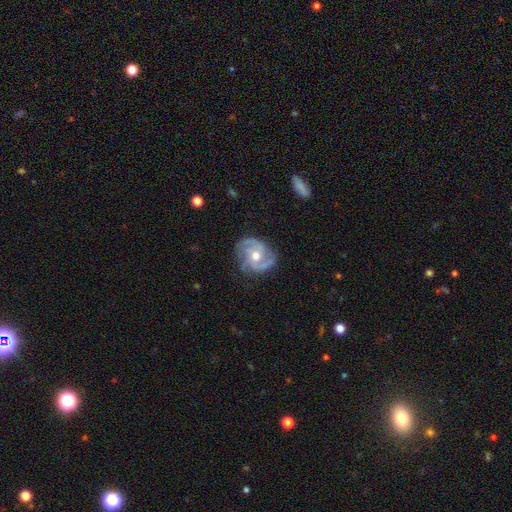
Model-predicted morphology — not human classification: smooth_or_featured: featured or disk (p=0.85) [alt: smooth p=0.10]
disk_edge_on: no (p=0.98) [alt: yes p=0.02]
bar: no (p=0.67) [alt: weak p=0.27]
has_spiral_arms: yes (p=0.95) [alt: no p=0.05]
spiral_winding: medium (p=0.48) [alt: tight p=0.35]
spiral_arm_count: 3 (p=0.47) [alt: 2 p=0.23]
bulge_size: moderate (p=0.76) [alt: small p=0.17]
merging: none (p=0.70) [alt: minor disturbance p=0.20]